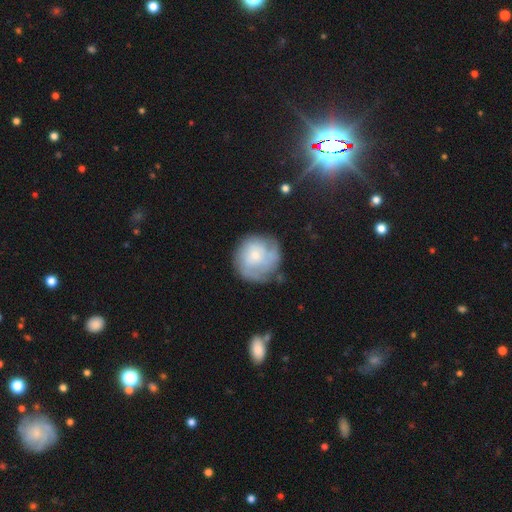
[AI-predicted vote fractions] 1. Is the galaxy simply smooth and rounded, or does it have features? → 50% featured or disk, 43% smooth, 8% star or artifact.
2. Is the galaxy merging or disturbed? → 62% none, 23% minor disturbance, 13% major disturbance, 3% merger.